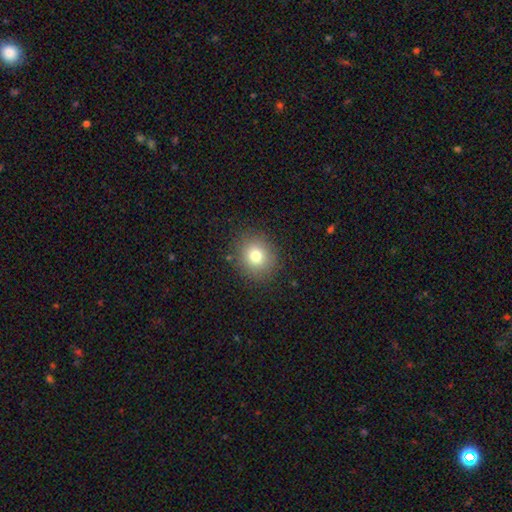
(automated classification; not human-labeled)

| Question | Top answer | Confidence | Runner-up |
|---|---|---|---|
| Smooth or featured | smooth | 78% | star or artifact (12%) |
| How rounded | round | 84% | in between (15%) |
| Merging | none | 87% | minor disturbance (8%) |